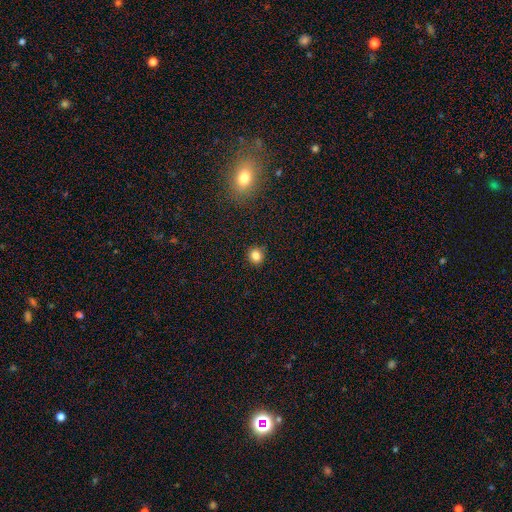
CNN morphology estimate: This is clearly a smooth galaxy (82%). How rounded: clearly round (88%). Merging: clearly none (90%).